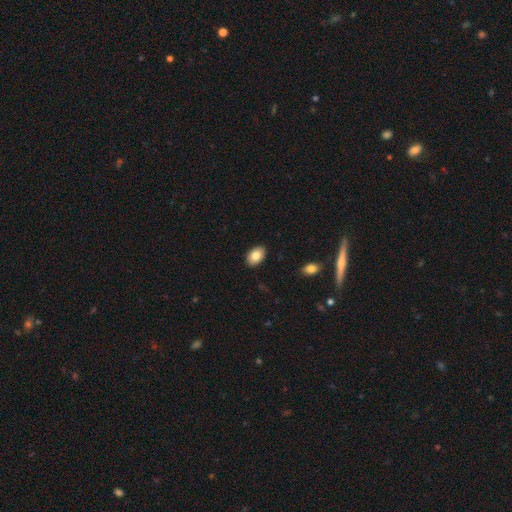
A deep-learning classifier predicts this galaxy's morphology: smooth-or-featured: smooth: 83% | featured or disk: 9% | star or artifact: 7%
  how-rounded: in between: 89% | round: 9% | cigar-shaped: 1%
  merging: none: 89% | minor disturbance: 8% | major disturbance: 2% | merger: 1%